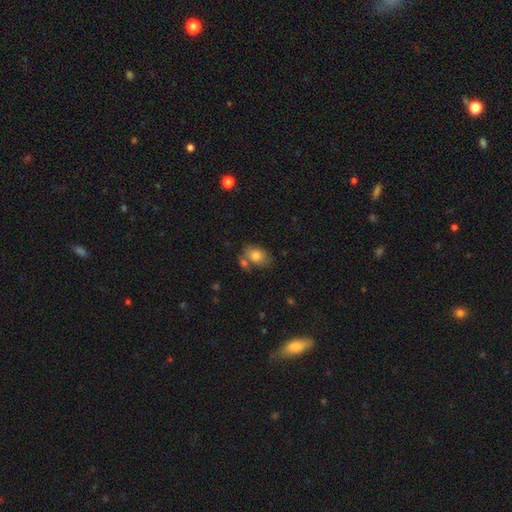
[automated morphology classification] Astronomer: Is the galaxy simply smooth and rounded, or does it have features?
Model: smooth — 76%.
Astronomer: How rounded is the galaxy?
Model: in between — 74%.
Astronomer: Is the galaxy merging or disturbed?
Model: none — 52%.